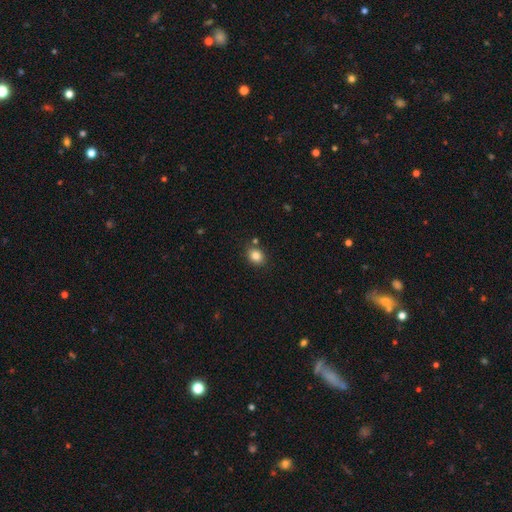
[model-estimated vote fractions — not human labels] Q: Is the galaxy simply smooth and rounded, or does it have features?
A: smooth — 84%.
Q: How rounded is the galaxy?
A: round — 58%.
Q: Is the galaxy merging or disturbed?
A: none — 81%.